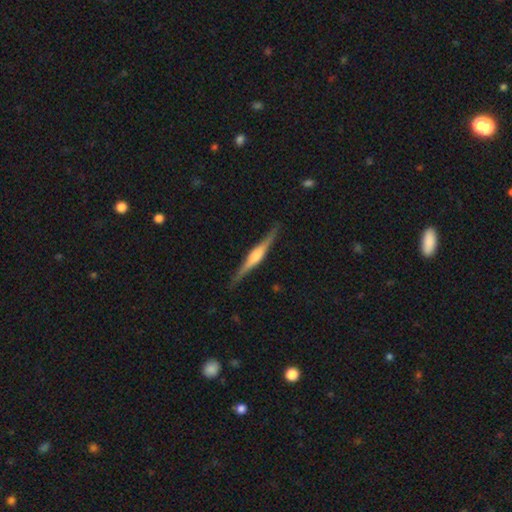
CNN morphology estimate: Q: Smooth or featured?
A: featured or disk (75%); runner-up: smooth (20%)
Q: Edge-on disk?
A: yes (98%); runner-up: no (2%)
Q: Edge-on bulge?
A: rounded (75%); runner-up: boxy (17%)
Q: Merging?
A: none (89%); runner-up: minor disturbance (8%)